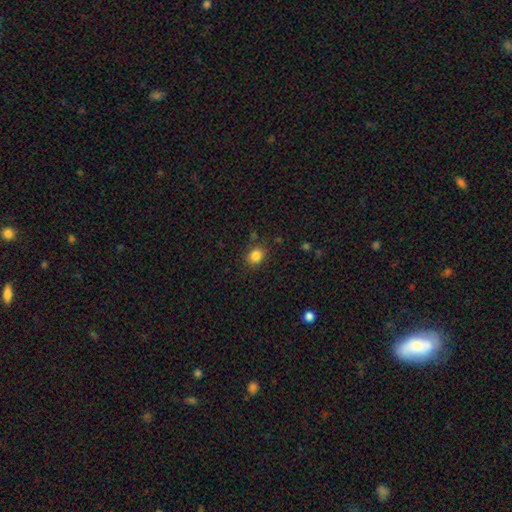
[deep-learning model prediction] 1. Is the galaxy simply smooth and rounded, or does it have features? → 84% smooth, 11% star or artifact, 5% featured or disk.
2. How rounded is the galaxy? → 67% round, 32% in between, 1% cigar-shaped.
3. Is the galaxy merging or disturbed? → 83% none, 11% minor disturbance, 3% major disturbance, 2% merger.